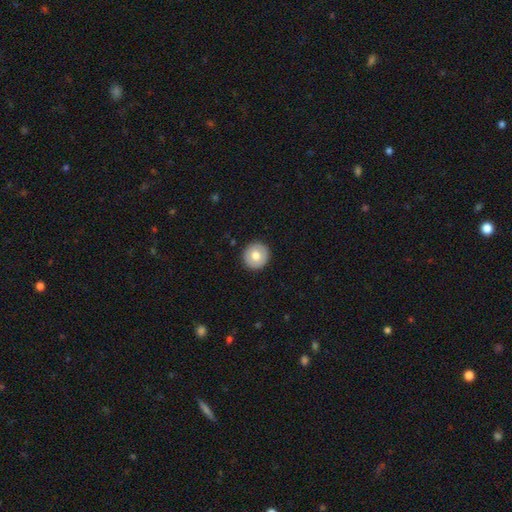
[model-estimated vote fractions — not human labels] Smooth or featured? Predicted: smooth (p=0.71). How rounded? Predicted: round (p=0.94). Merging? Predicted: none (p=0.92).